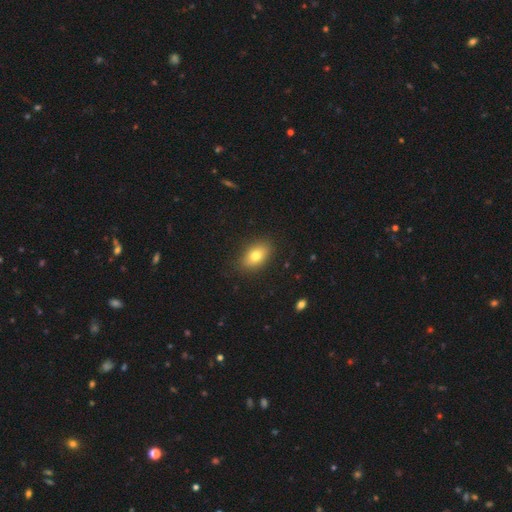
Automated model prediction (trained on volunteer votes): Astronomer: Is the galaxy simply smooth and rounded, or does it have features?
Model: smooth — 76%.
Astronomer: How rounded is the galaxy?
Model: in between — 85%.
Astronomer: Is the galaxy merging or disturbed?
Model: none — 85%.